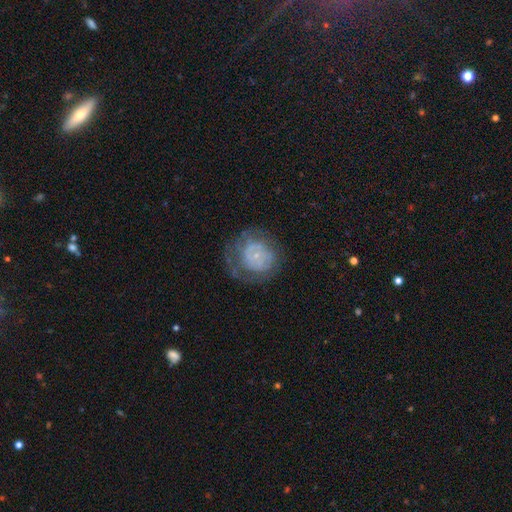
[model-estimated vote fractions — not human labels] featured or disk 65%, smooth 27%, star or artifact 8%. Down the decision tree: edge-on disk — no (98%); bar — no (78%); spiral arms — yes (68%); bulge size — small (78%); merging — none (55%).